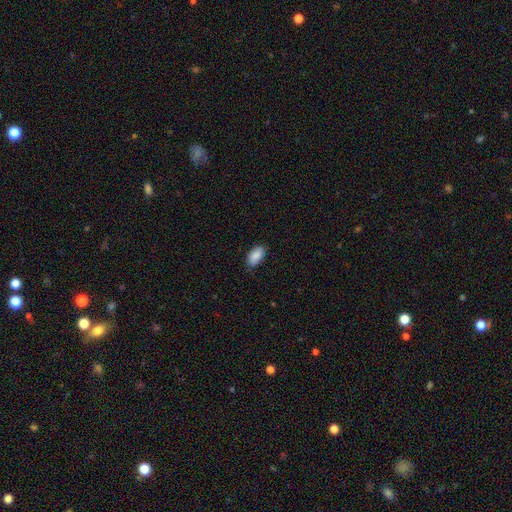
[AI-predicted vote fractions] A smooth galaxy with no disk features (88%) that is in between round and cigar-shaped (95%). Merging: none (83%).